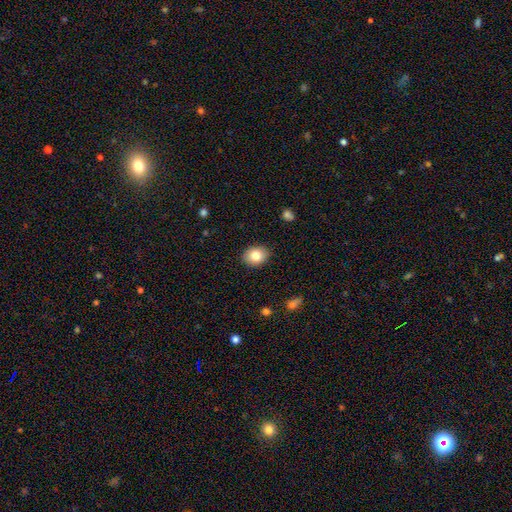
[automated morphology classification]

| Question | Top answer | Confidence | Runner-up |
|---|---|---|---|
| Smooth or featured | smooth | 82% | featured or disk (10%) |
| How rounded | in between | 56% | round (43%) |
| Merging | none | 88% | minor disturbance (9%) |